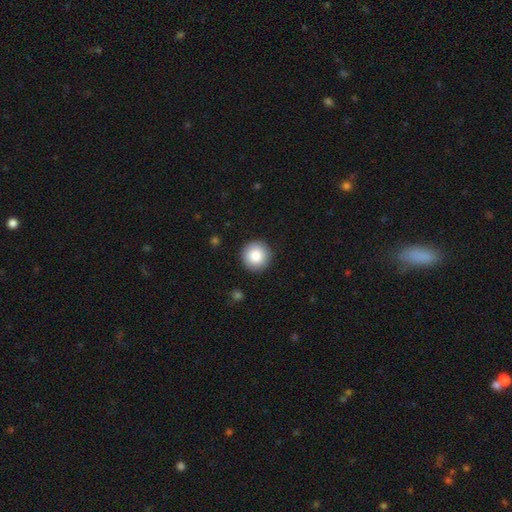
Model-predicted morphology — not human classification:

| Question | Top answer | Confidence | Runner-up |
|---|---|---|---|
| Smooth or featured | smooth | 85% | star or artifact (8%) |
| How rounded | round | 96% | in between (3%) |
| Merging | none | 91% | minor disturbance (6%) |